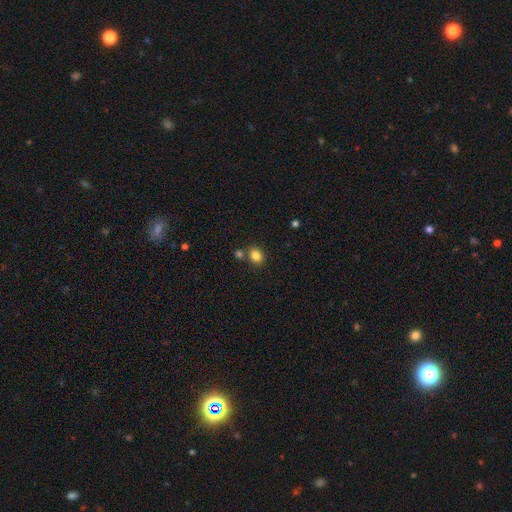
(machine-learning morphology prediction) Q: Smooth or featured?
A: smooth (83%); runner-up: star or artifact (11%)
Q: How rounded?
A: round (54%); runner-up: in between (45%)
Q: Merging?
A: none (71%); runner-up: merger (16%)